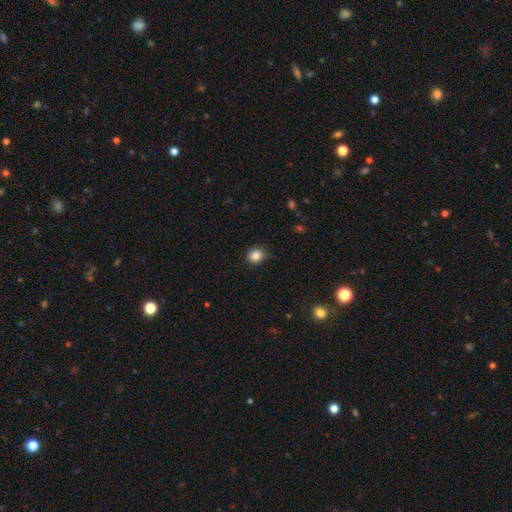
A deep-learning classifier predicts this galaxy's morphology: This appears to be a smooth galaxy with no disk features (86%) that is round (81%). Merging: none (82%).